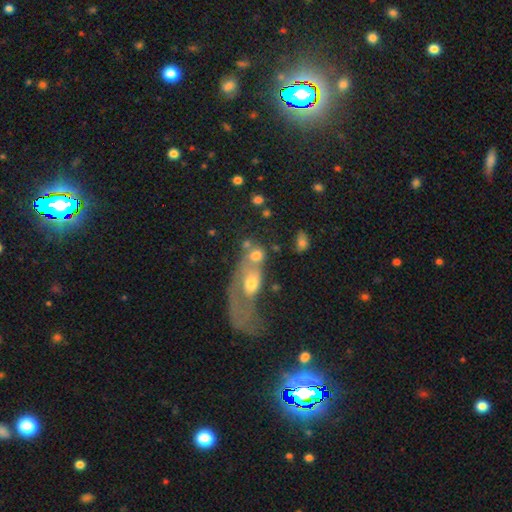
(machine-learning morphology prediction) This appears to be a smooth galaxy with no disk features (60%) that is in between round and cigar-shaped (56%). Merging: merger (58%).